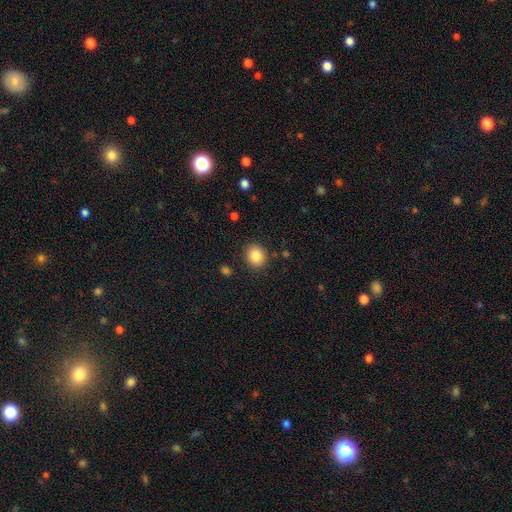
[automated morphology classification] This appears to be a smooth galaxy with no disk features (85%) that is round (76%). Merging: none (88%).